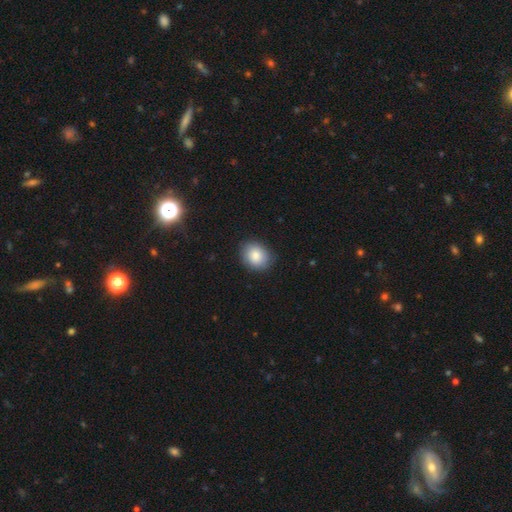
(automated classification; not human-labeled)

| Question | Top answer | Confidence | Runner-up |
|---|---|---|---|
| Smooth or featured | smooth | 84% | featured or disk (8%) |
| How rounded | round | 58% | in between (41%) |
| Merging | none | 85% | minor disturbance (12%) |